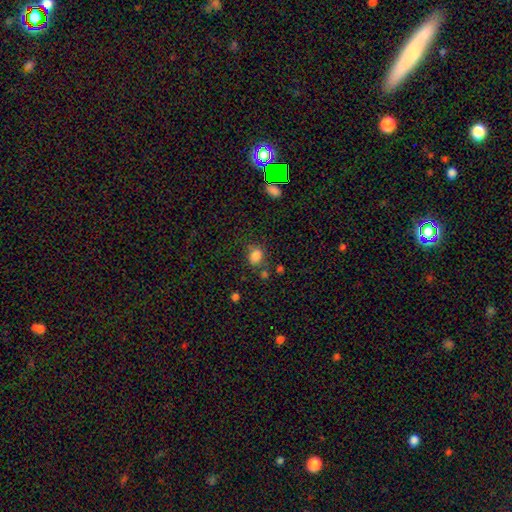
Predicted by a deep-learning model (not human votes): Smooth or featured?
  - smooth: 81% *
  - star or artifact: 13%
  - featured or disk: 6%
How rounded?
  - in between: 51% *
  - round: 48%
  - cigar-shaped: 1%
Merging?
  - none: 65% *
  - minor disturbance: 20%
  - major disturbance: 8%
  - merger: 7%